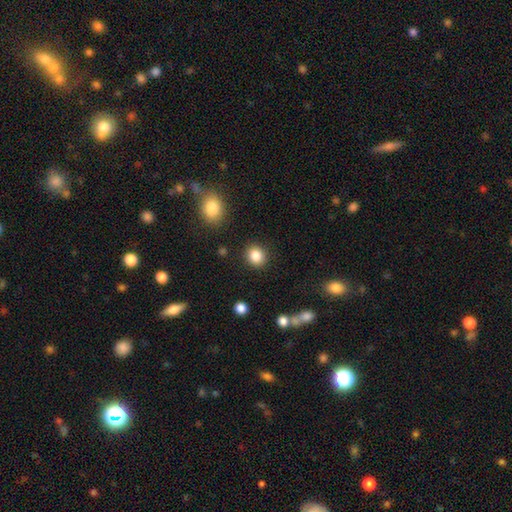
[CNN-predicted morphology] Smooth or featured? Predicted: smooth (p=0.86). How rounded? Predicted: round (p=0.78). Merging? Predicted: none (p=0.89).